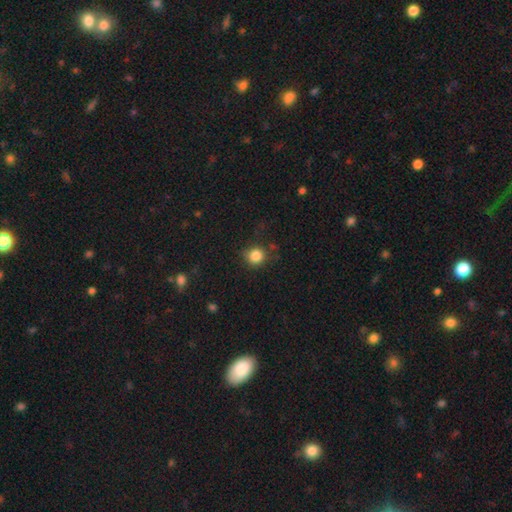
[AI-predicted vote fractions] Smooth or featured?
  - smooth: 84% *
  - star or artifact: 11%
  - featured or disk: 5%
How rounded?
  - round: 89% *
  - in between: 10%
  - cigar-shaped: 1%
Merging?
  - none: 80% *
  - minor disturbance: 14%
  - major disturbance: 4%
  - merger: 2%